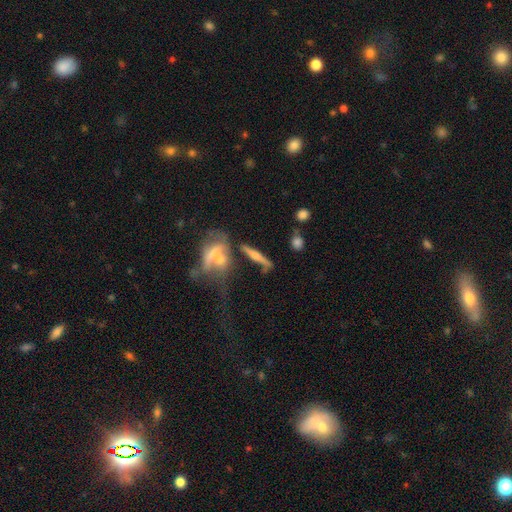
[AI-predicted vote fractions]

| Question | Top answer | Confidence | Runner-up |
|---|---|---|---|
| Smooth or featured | featured or disk | 53% | smooth (38%) |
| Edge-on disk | yes | 87% | no (13%) |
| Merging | none | 61% | minor disturbance (16%) |